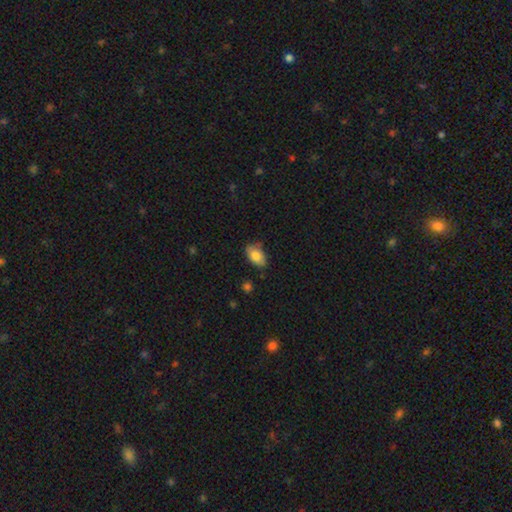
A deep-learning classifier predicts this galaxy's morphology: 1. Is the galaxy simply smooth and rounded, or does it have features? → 81% smooth, 12% featured or disk, 7% star or artifact.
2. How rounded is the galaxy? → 91% in between, 8% round, 2% cigar-shaped.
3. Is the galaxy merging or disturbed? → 71% none, 23% minor disturbance, 4% major disturbance, 2% merger.